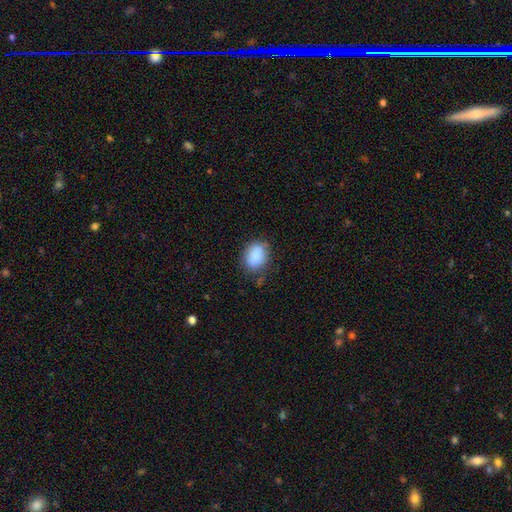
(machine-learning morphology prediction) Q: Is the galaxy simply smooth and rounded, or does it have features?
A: smooth — 87%.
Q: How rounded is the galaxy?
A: in between — 69%.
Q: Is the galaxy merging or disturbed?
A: none — 71%.